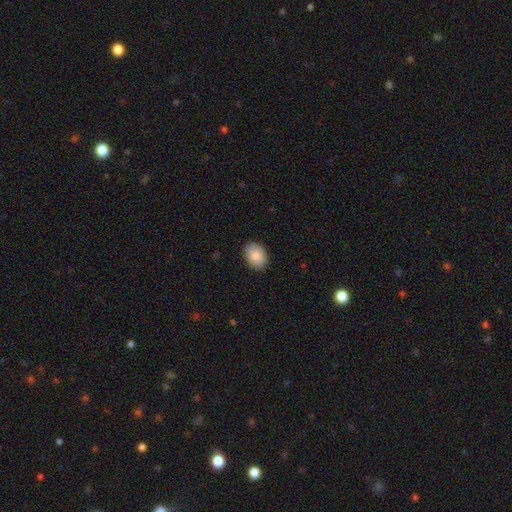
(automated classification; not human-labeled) Smooth or featured? smooth (87%)
How rounded? in between (78%)
Merging? none (89%)